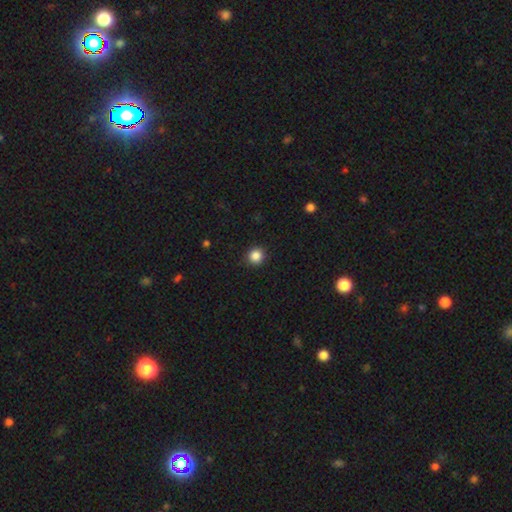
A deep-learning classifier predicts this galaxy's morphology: Smooth or featured? smooth (86%)
How rounded? round (92%)
Merging? none (91%)